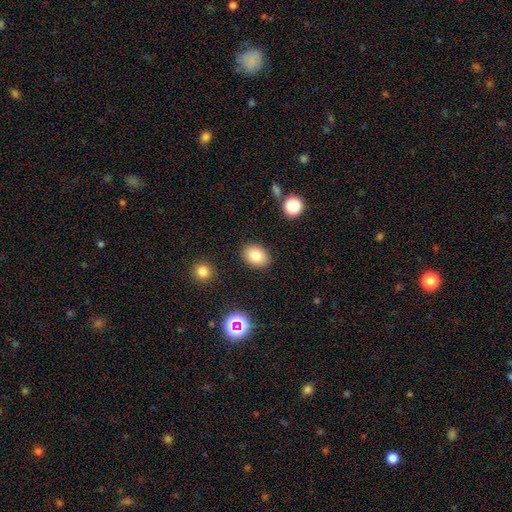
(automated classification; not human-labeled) A smooth galaxy with no disk features (80%) that is in between round and cigar-shaped (72%). Merging: none (88%).